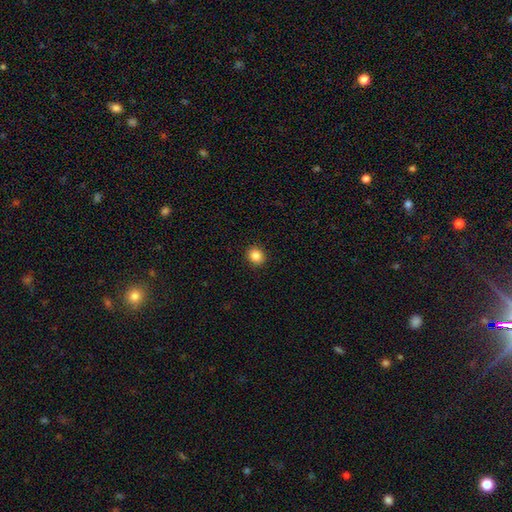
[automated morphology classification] A smooth galaxy with no disk features (86%) that is round (81%). Merging: none (92%).